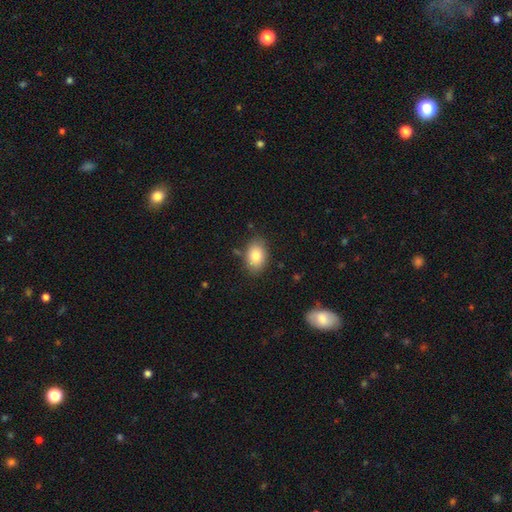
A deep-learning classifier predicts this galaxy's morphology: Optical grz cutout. It shows a smooth galaxy with no disk features (82%) that is in between round and cigar-shaped (84%). Merging: none (80%).